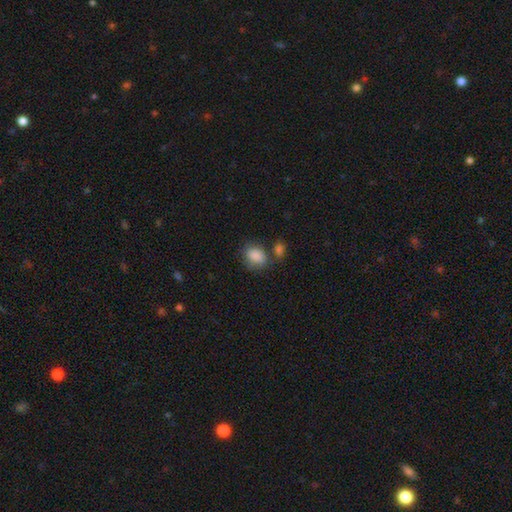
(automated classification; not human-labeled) This appears to be a smooth galaxy with no disk features (87%) that is in between round and cigar-shaped (69%). Merging: none (56%).